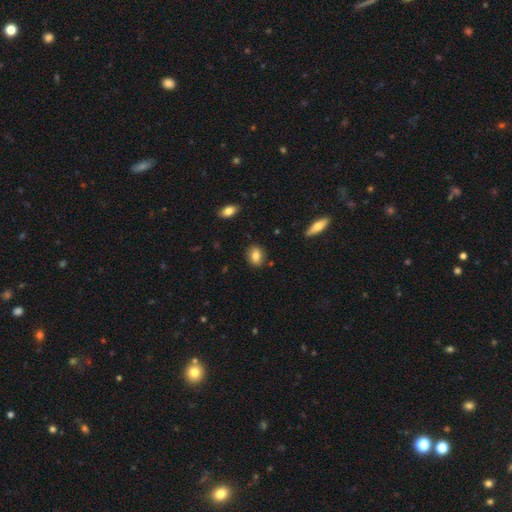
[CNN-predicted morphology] smooth 82%, featured or disk 9%, star or artifact 8%. Down the decision tree: how rounded — in between (60%); merging — none (86%).